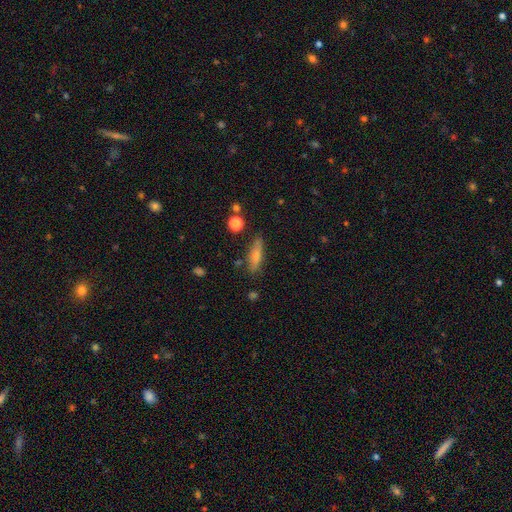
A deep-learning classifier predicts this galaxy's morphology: A smooth galaxy with no disk features (71%) that is cigar-shaped (65%).

Vote fractions:
- Smooth or featured? smooth: 71% / featured or disk: 21% / star or artifact: 8%
- How rounded? cigar-shaped: 65% / in between: 32% / round: 3%
- Merging? none: 77% / minor disturbance: 15% / major disturbance: 4% / merger: 4%